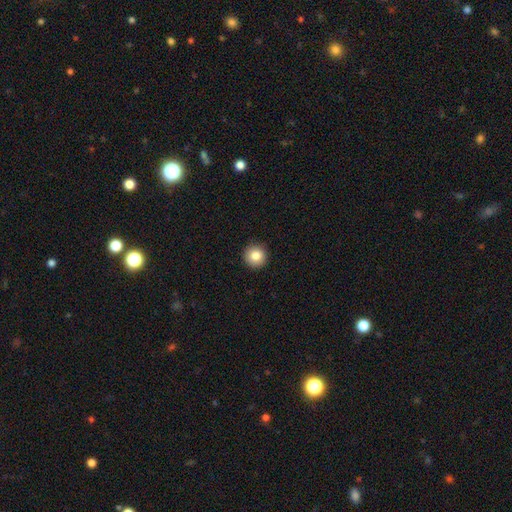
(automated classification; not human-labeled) Smooth or featured?
  - smooth: 84% *
  - star or artifact: 9%
  - featured or disk: 7%
How rounded?
  - round: 95% *
  - in between: 4%
  - cigar-shaped: 1%
Merging?
  - none: 92% *
  - minor disturbance: 5%
  - major disturbance: 1%
  - merger: 1%